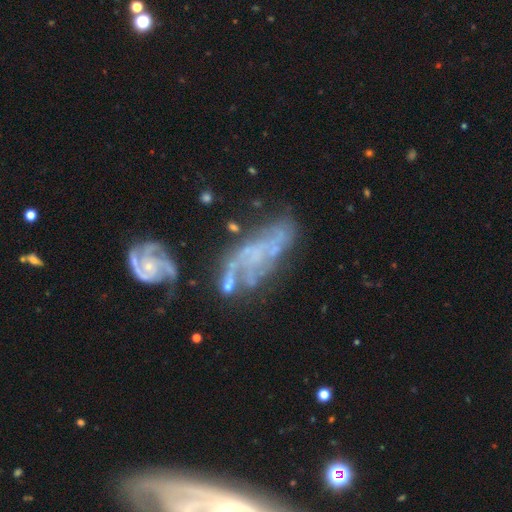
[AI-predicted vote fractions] smooth_or_featured: featured or disk (p=0.71) [alt: smooth p=0.17]
disk_edge_on: no (p=0.90) [alt: yes p=0.10]
bar: no (p=0.67) [alt: weak p=0.23]
has_spiral_arms: yes (p=0.71) [alt: no p=0.29]
bulge_size: none (p=0.61) [alt: small p=0.26]
merging: none (p=0.35) [alt: merger p=0.25]